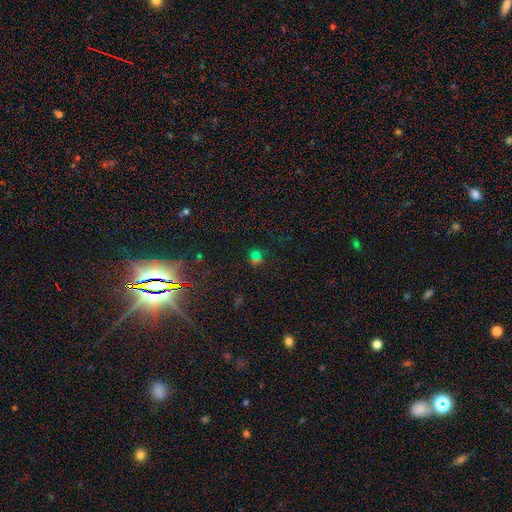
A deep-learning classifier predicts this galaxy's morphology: A smooth galaxy with no disk features (50%) that is round (77%).

Vote fractions:
- Smooth or featured? smooth: 50% / star or artifact: 39% / featured or disk: 11%
- How rounded? round: 77% / in between: 22% / cigar-shaped: 2%
- Merging? none: 53% / merger: 33% / minor disturbance: 10% / major disturbance: 5%